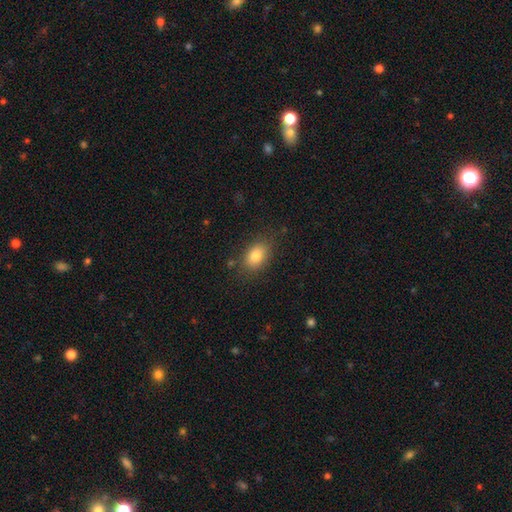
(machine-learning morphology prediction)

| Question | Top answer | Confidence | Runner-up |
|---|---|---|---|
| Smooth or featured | smooth | 81% | featured or disk (9%) |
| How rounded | in between | 80% | round (18%) |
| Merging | none | 80% | minor disturbance (14%) |